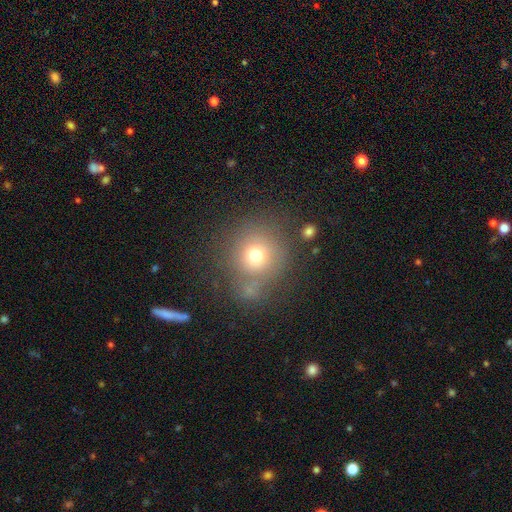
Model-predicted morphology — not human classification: smooth_or_featured: smooth (p=0.70) [alt: star or artifact p=0.16]
how_rounded: round (p=0.90) [alt: in between p=0.09]
merging: none (p=0.67) [alt: minor disturbance p=0.15]